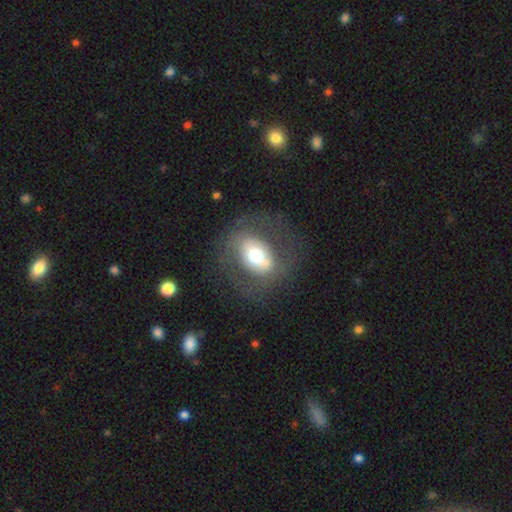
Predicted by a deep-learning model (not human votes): Smooth or featured? smooth (47%)
Merging? none (68%)